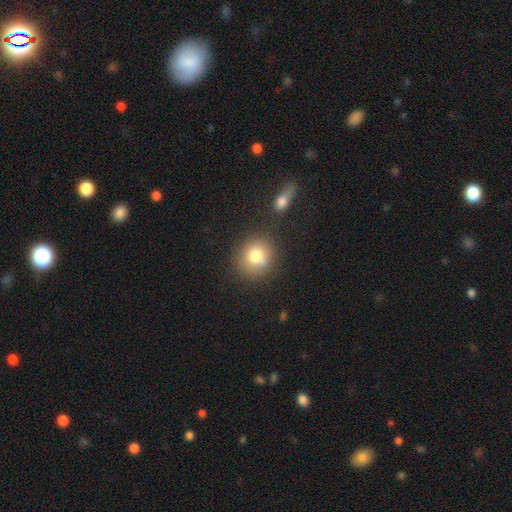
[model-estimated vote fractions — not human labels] Smooth or featured? smooth (78%)
How rounded? round (80%)
Merging? none (68%)